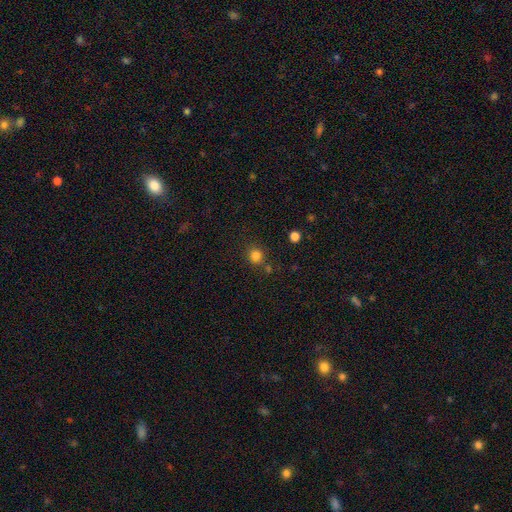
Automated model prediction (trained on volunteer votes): Smooth or featured: smooth — 82% (star or artifact — 14%)
How rounded: round — 84% (in between — 15%)
Merging: none — 77% (minor disturbance — 10%)